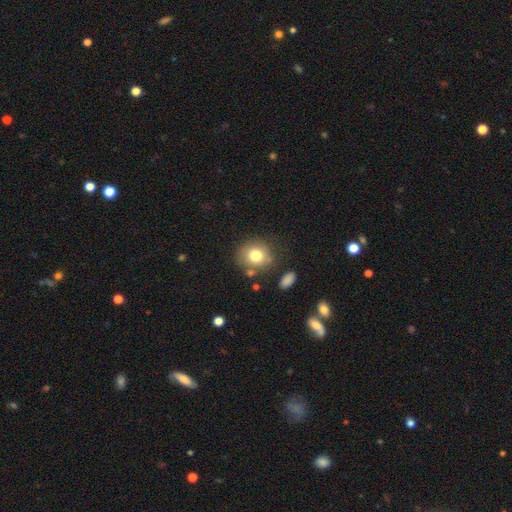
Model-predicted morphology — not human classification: A smooth galaxy with no disk features (78%) that is round (79%). Merging: none (76%).